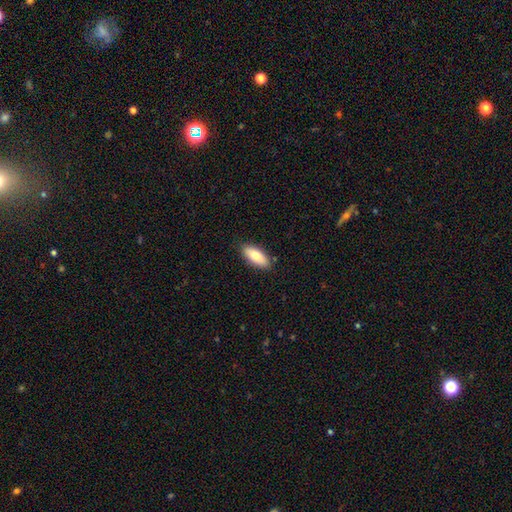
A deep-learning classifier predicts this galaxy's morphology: type=smooth (79%); roundness=in between (79%); merging=none (87%).